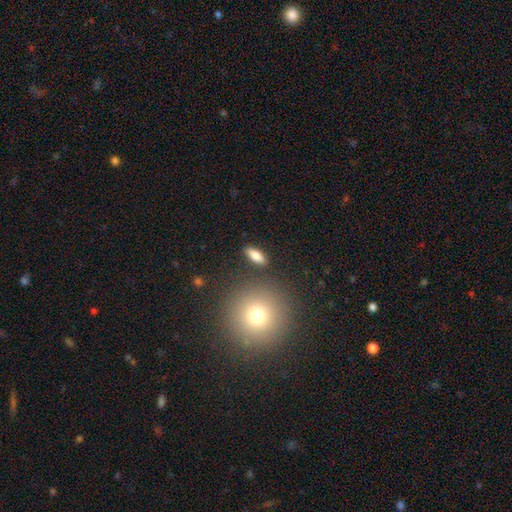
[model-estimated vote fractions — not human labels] smooth-or-featured: smooth: 81% | featured or disk: 11% | star or artifact: 8%
  how-rounded: in between: 68% | cigar-shaped: 27% | round: 5%
  merging: none: 86% | minor disturbance: 8% | merger: 3% | major disturbance: 3%